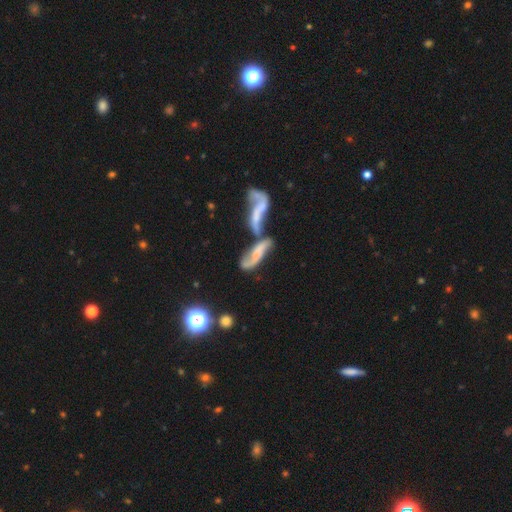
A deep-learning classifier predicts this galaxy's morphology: A featured or disk galaxy (64%) with no bar (56%), spiral arms (81%) and no central bulge (45%).

Vote fractions:
- Smooth or featured? featured or disk: 64% / smooth: 26% / star or artifact: 10%
- Edge-on disk? no: 87% / yes: 13%
- Bar? no: 56% / weak: 30% / strong: 14%
- Spiral arms? yes: 81% / no: 19%
- Bulge size? none: 45% / small: 28% / moderate: 20% / large: 5% / dominant: 2%
- Merging? merger: 63% / none: 18% / major disturbance: 10% / minor disturbance: 9%